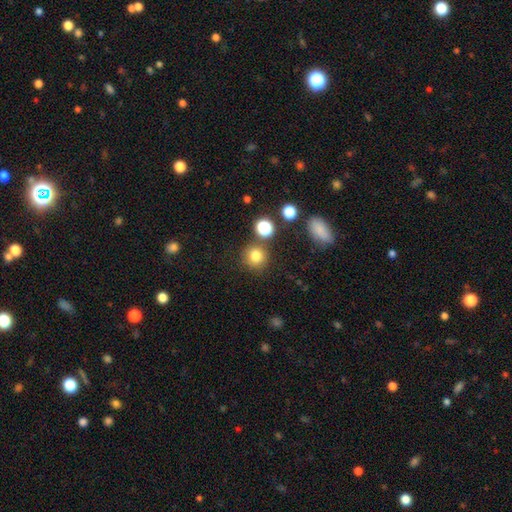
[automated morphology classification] Q: Smooth or featured?
A: smooth (79%); runner-up: star or artifact (14%)
Q: How rounded?
A: round (91%); runner-up: in between (8%)
Q: Merging?
A: none (82%); runner-up: minor disturbance (8%)